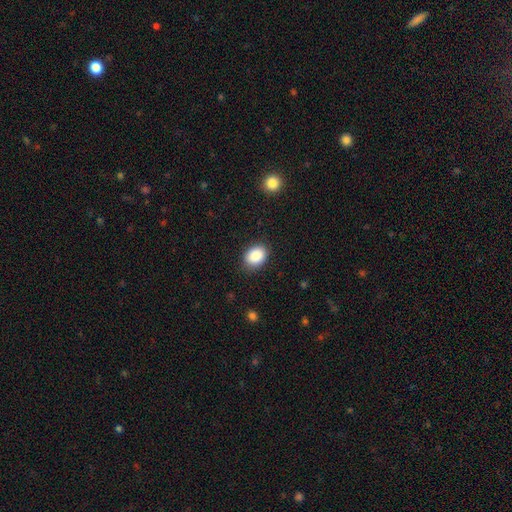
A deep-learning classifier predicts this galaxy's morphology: This appears to be a smooth galaxy with no disk features (89%) that is in between round and cigar-shaped (68%). Merging: none (87%).